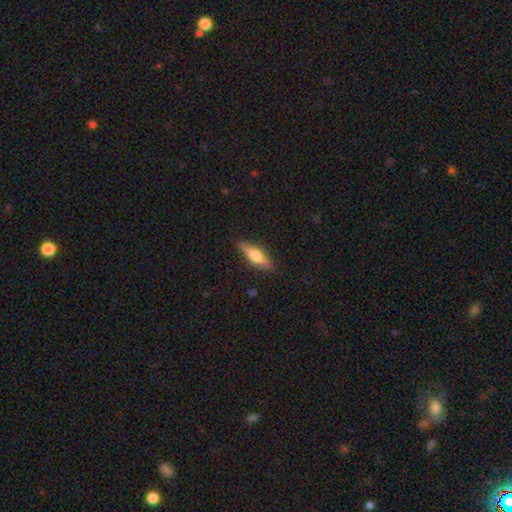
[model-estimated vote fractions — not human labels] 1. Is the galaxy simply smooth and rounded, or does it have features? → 49% smooth, 45% featured or disk, 6% star or artifact.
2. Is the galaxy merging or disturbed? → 87% none, 9% minor disturbance, 2% major disturbance, 1% merger.